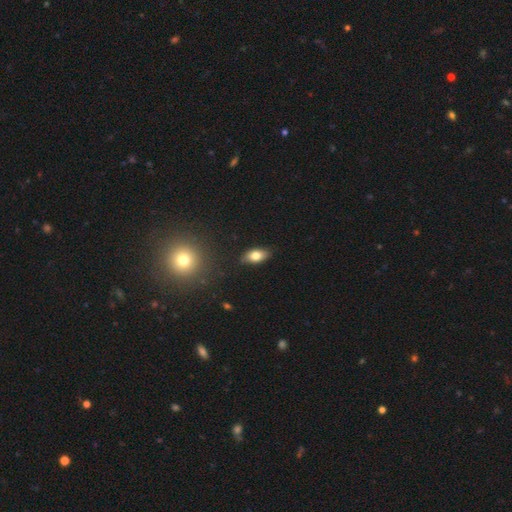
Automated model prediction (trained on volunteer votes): smooth 77%, featured or disk 14%, star or artifact 9%. Down the decision tree: how rounded — in between (89%); merging — none (85%).